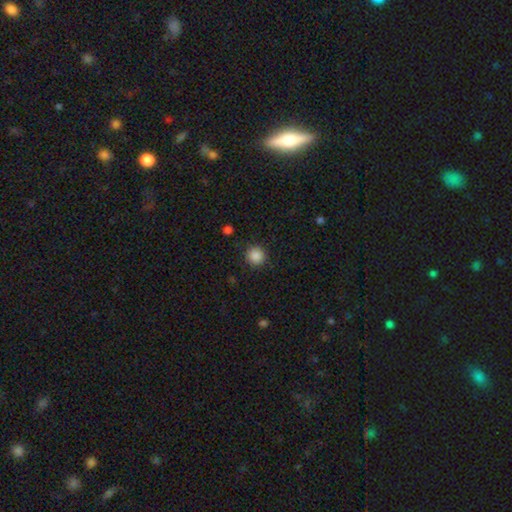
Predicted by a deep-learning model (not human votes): Smooth or featured?
  - smooth: 87% *
  - star or artifact: 10%
  - featured or disk: 3%
How rounded?
  - round: 93% *
  - in between: 6%
  - cigar-shaped: 1%
Merging?
  - none: 89% *
  - minor disturbance: 7%
  - major disturbance: 3%
  - merger: 1%